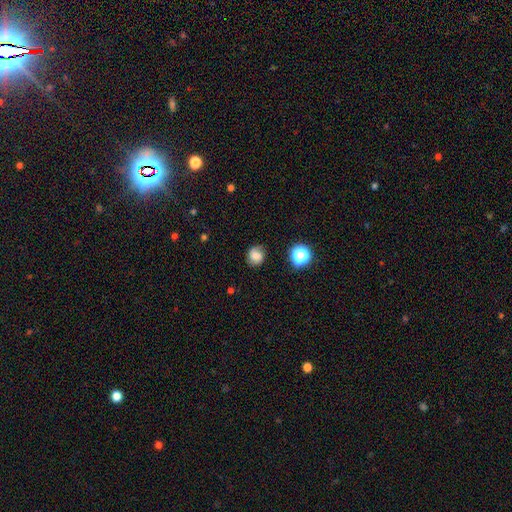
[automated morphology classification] Smooth or featured?
  - smooth: 62% *
  - featured or disk: 23%
  - star or artifact: 14%
How rounded?
  - round: 76% *
  - in between: 23%
  - cigar-shaped: 1%
Merging?
  - none: 73% *
  - minor disturbance: 19%
  - major disturbance: 6%
  - merger: 2%